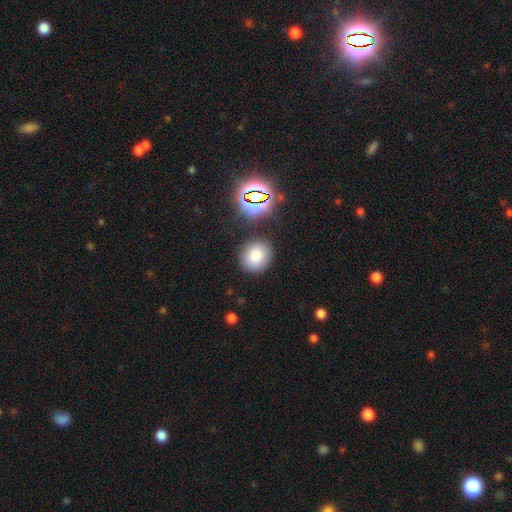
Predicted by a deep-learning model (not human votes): smooth_or_featured: smooth (p=0.80) [alt: star or artifact p=0.14]
how_rounded: round (p=0.79) [alt: in between p=0.20]
merging: none (p=0.84) [alt: minor disturbance p=0.09]